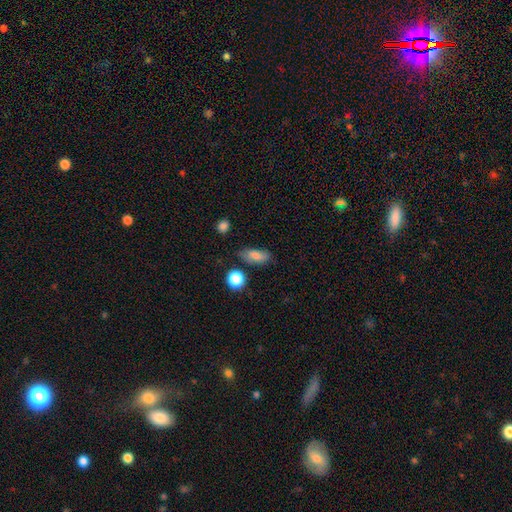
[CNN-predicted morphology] A smooth galaxy with no disk features (79%) that is in between round and cigar-shaped (81%). Merging: none (68%).